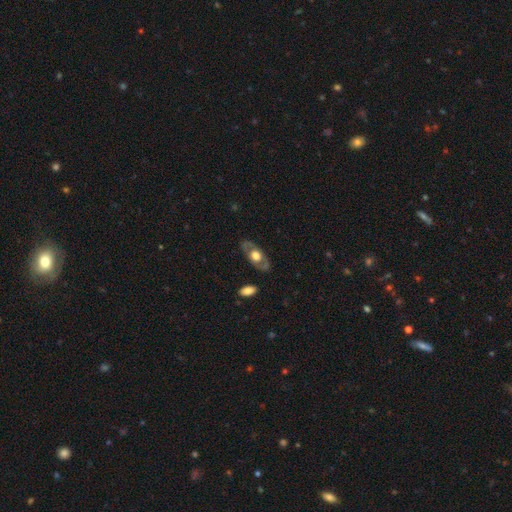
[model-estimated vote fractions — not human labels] This appears to be a featured or disk galaxy (56%). Merging: none (79%).